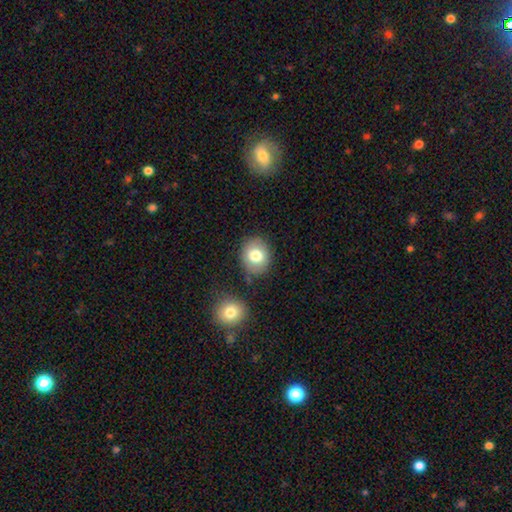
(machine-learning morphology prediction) smooth_or_featured: smooth (p=0.77) [alt: featured or disk p=0.14]
how_rounded: round (p=0.72) [alt: in between p=0.27]
merging: none (p=0.79) [alt: minor disturbance p=0.12]